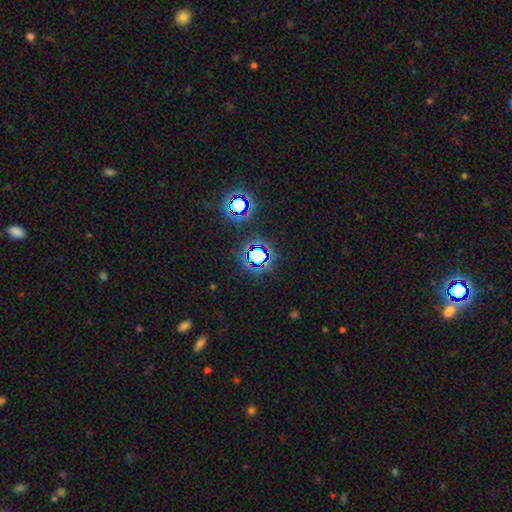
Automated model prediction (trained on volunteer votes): star or artifact 67%, smooth 23%, featured or disk 10%.